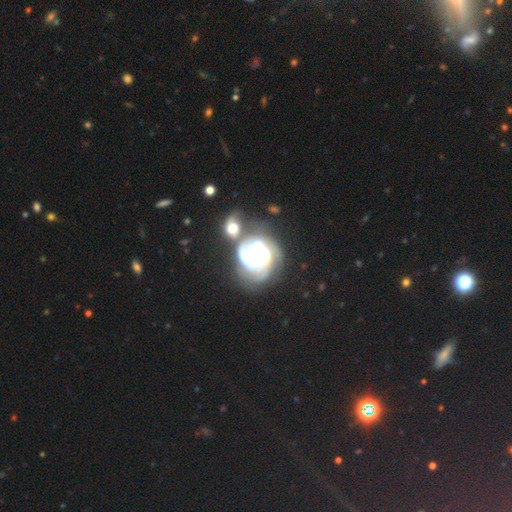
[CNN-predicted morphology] This appears to be a featured or disk galaxy (85%) with no bar (67%), 2 (35%) tight (67%) spiral arms (92%) and a moderate central bulge (53%). Merging: none (37%).